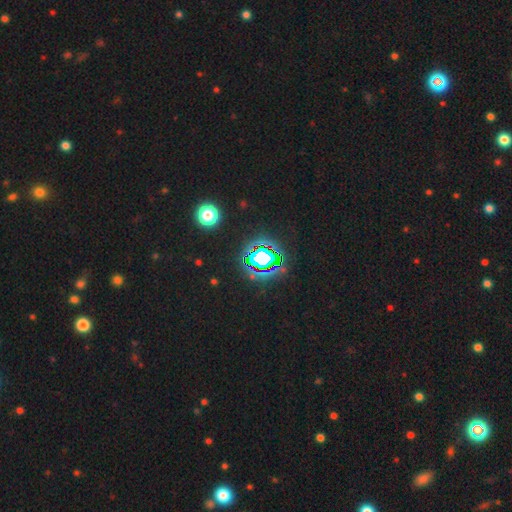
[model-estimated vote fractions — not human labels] Overall: star or artifact (74%).